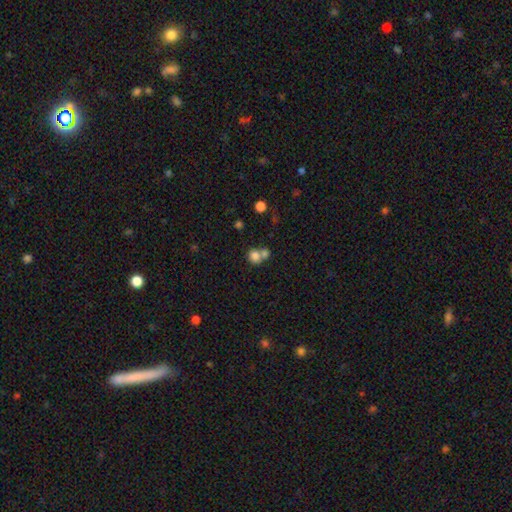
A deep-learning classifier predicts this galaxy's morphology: smooth_or_featured: smooth (p=0.80) [alt: star or artifact p=0.11]
how_rounded: round (p=0.77) [alt: in between p=0.22]
merging: merger (p=0.53) [alt: none p=0.37]